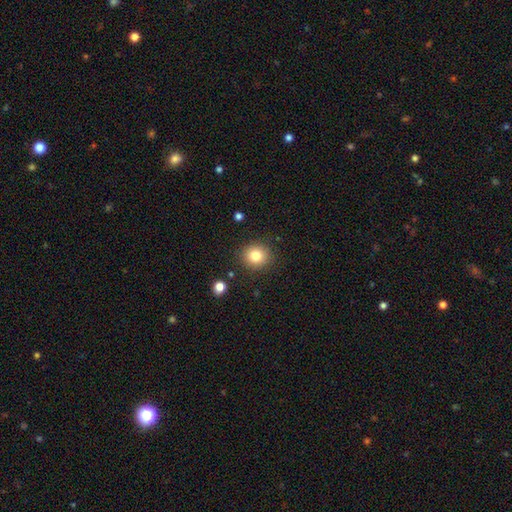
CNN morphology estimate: smooth 82%, star or artifact 11%, featured or disk 8%. Down the decision tree: how rounded — round (85%); merging — none (88%).